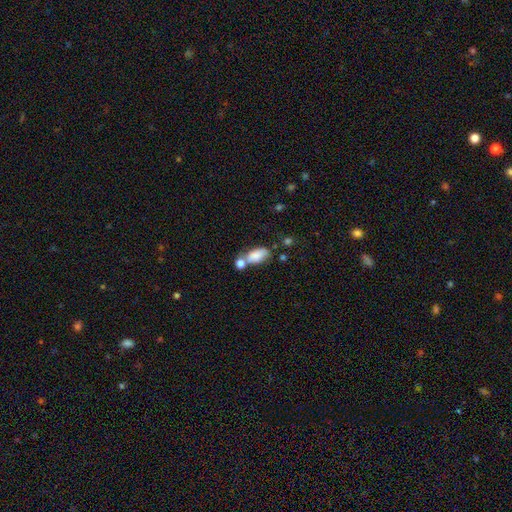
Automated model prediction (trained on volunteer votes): Smooth or featured? smooth (81%)
How rounded? in between (89%)
Merging? none (39%)